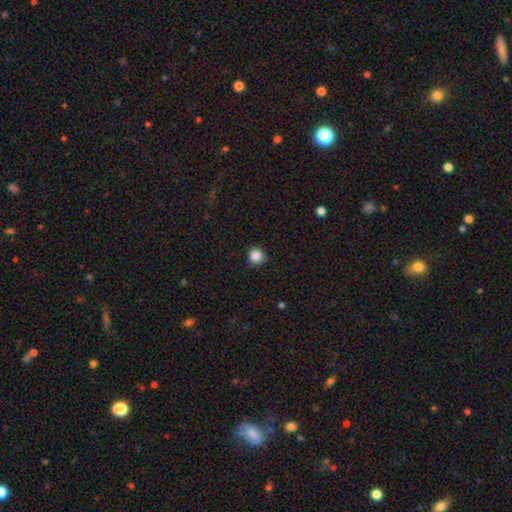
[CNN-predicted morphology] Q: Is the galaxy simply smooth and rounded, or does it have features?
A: smooth — 86%.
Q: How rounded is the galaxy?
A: round — 91%.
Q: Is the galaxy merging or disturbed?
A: none — 86%.